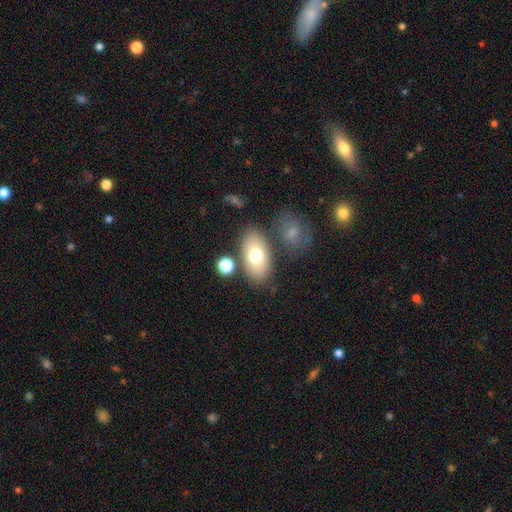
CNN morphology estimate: Smooth or featured? smooth (73%)
How rounded? in between (91%)
Merging? none (77%)